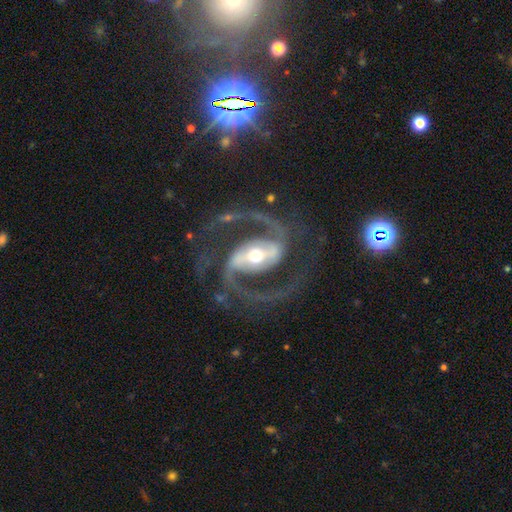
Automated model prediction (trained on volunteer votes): Morphology: type=featured or disk (93%); edge-on=no (97%); bar=strong (71%); spiral arms=yes (98%); winding=medium (58%); arm count=2 (94%); bulge=moderate (67%); merging=none (77%).